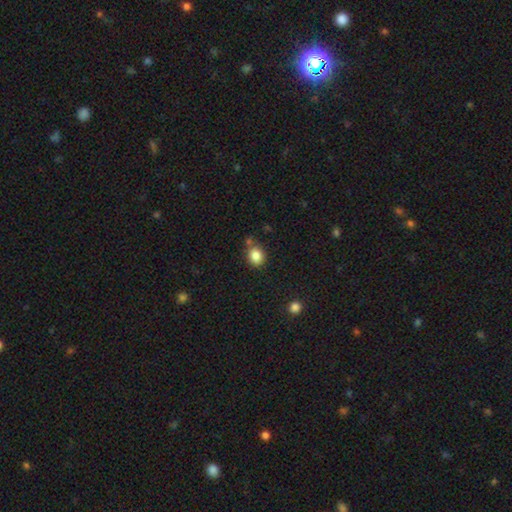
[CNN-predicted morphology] Smooth or featured: smooth — 84% (star or artifact — 10%)
How rounded: round — 70% (in between — 29%)
Merging: none — 68% (minor disturbance — 16%)